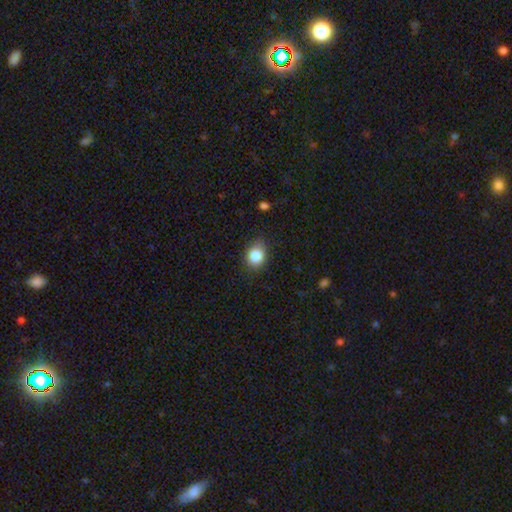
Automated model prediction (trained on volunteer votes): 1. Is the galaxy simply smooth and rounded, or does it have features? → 84% smooth, 10% star or artifact, 6% featured or disk.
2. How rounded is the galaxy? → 57% round, 42% in between, 1% cigar-shaped.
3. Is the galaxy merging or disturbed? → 78% none, 17% minor disturbance, 4% major disturbance, 1% merger.